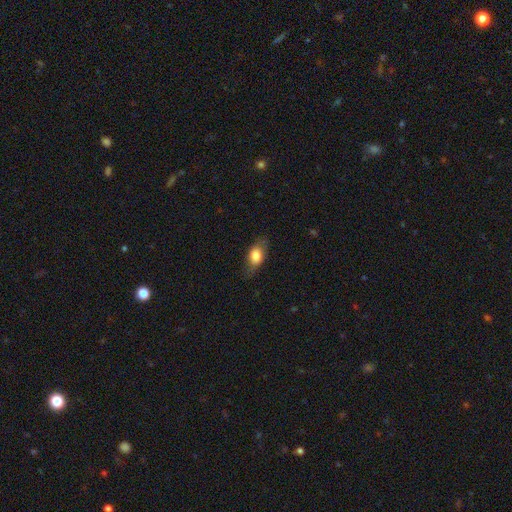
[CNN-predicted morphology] The model was most divided on "merging": none: 74%, minor disturbance: 19%, major disturbance: 6%, merger: 1%. More confident: how rounded — in between (82%); smooth or featured — smooth (74%).